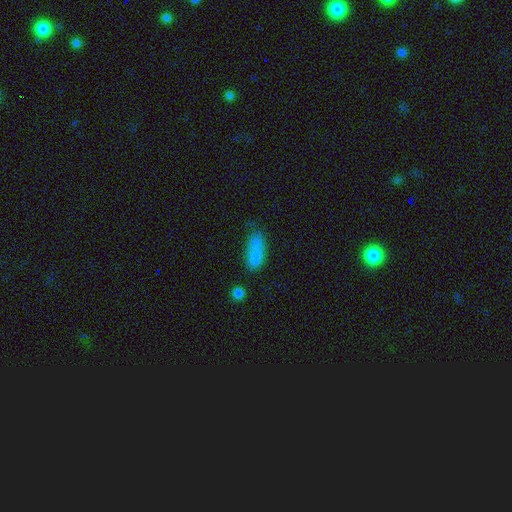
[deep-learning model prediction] Morphology: type=smooth (83%); roundness=in between (79%); merging=none (59%).